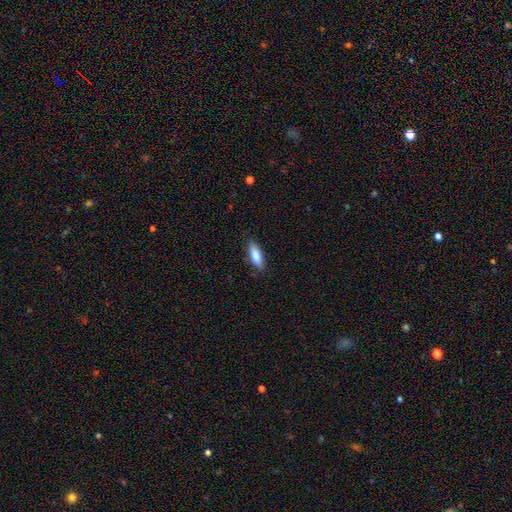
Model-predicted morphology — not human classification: This appears to be a smooth galaxy with no disk features (80%) that is in between round and cigar-shaped (62%). Merging: none (86%).